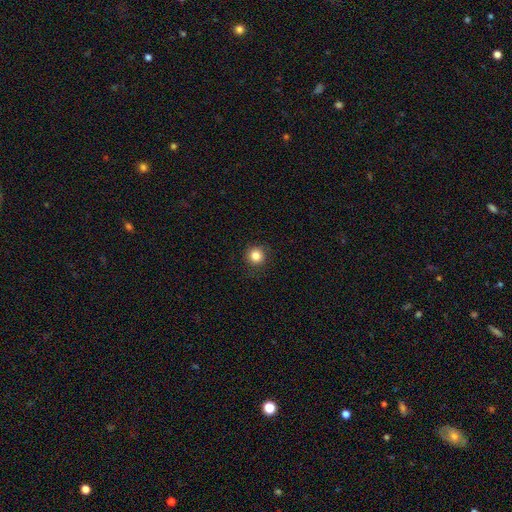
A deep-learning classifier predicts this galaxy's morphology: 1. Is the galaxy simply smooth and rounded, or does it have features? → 83% smooth, 12% star or artifact, 5% featured or disk.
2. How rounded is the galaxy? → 95% round, 4% in between, 1% cigar-shaped.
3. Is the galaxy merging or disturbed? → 90% none, 7% minor disturbance, 2% major disturbance, 1% merger.